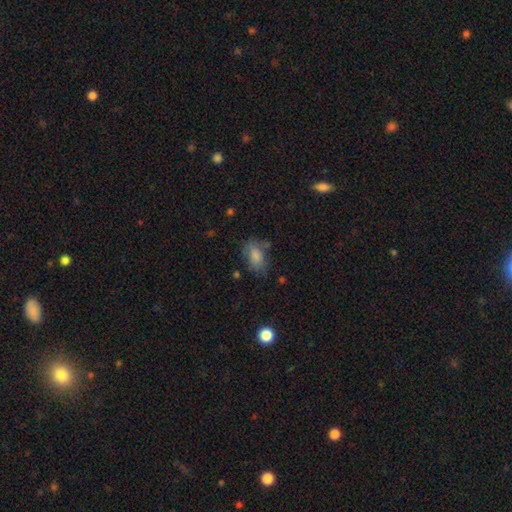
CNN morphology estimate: Smooth or featured? smooth (82%)
How rounded? in between (88%)
Merging? none (59%)